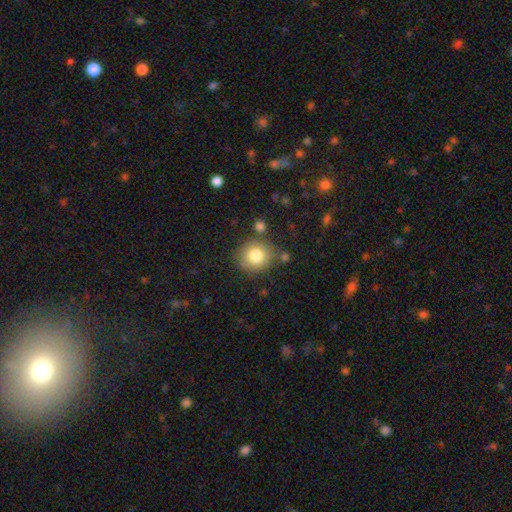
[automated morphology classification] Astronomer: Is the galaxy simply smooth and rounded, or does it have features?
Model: smooth — 81%.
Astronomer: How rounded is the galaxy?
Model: round — 86%.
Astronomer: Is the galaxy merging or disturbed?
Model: none — 77%.